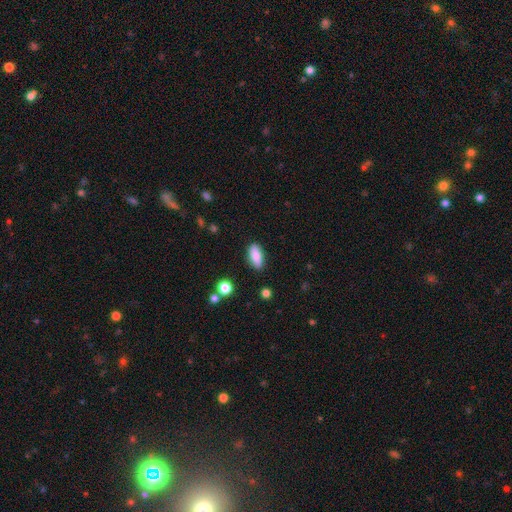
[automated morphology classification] smooth_or_featured: smooth (p=0.85) [alt: featured or disk p=0.08]
how_rounded: in between (p=0.80) [alt: cigar-shaped p=0.17]
merging: none (p=0.86) [alt: minor disturbance p=0.10]